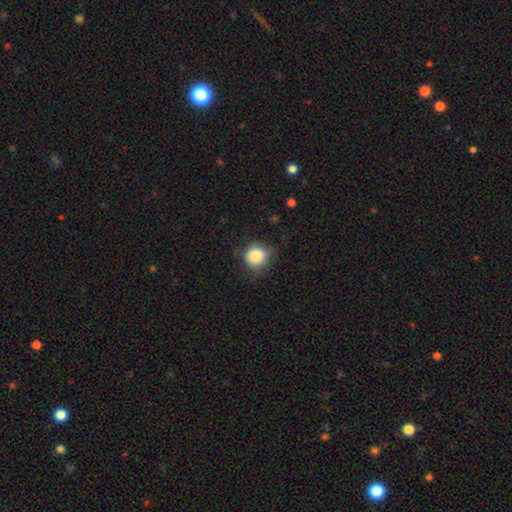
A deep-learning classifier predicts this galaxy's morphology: Q: Smooth or featured?
A: smooth (84%); runner-up: star or artifact (10%)
Q: How rounded?
A: round (90%); runner-up: in between (9%)
Q: Merging?
A: none (74%); runner-up: minor disturbance (20%)